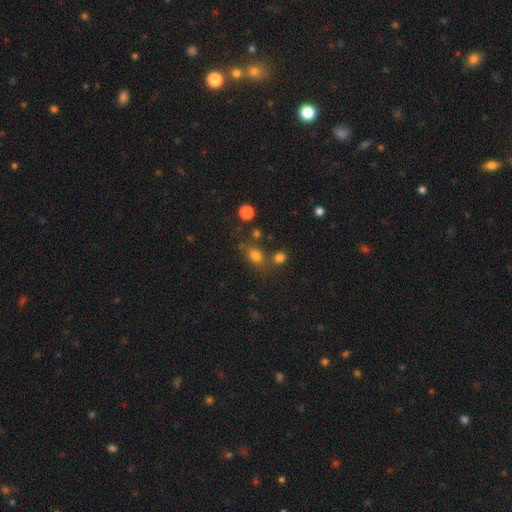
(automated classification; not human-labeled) Smooth or featured?
  - smooth: 75% *
  - star or artifact: 16%
  - featured or disk: 9%
How rounded?
  - in between: 60% *
  - round: 37%
  - cigar-shaped: 3%
Merging?
  - none: 62% *
  - merger: 17%
  - minor disturbance: 14%
  - major disturbance: 6%